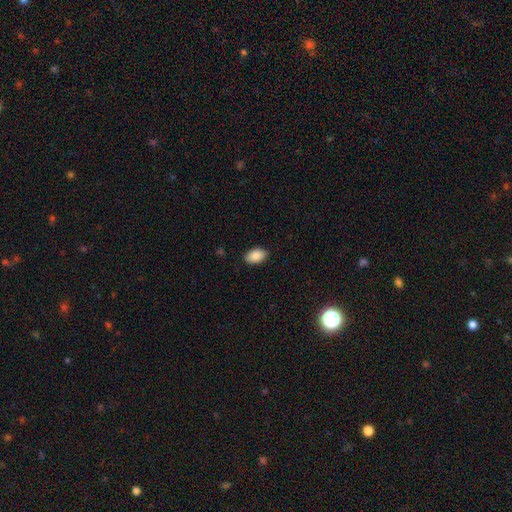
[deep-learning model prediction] Morphology: type=smooth (89%); roundness=in between (92%); merging=none (88%).